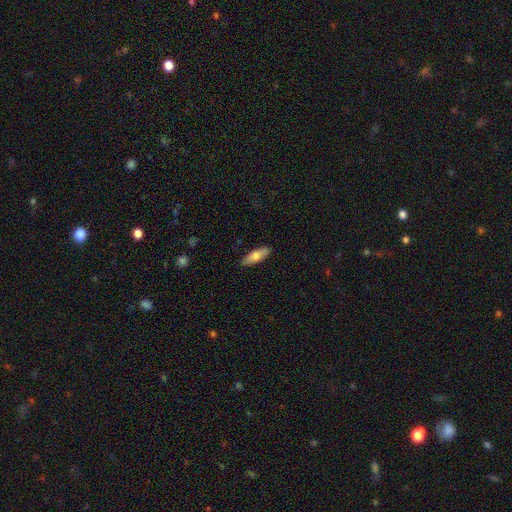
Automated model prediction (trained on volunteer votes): smooth-or-featured: smooth: 73% | featured or disk: 21% | star or artifact: 6%
  how-rounded: in between: 59% | cigar-shaped: 39% | round: 2%
  merging: none: 88% | minor disturbance: 9% | major disturbance: 2% | merger: 1%